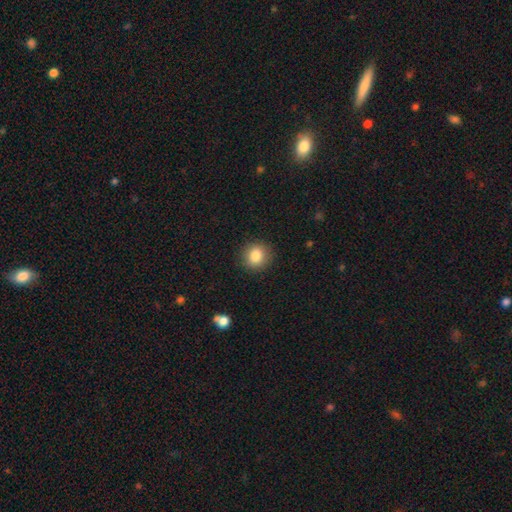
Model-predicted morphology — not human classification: This appears to be a smooth galaxy with no disk features (84%) that is round (86%). Merging: none (89%).